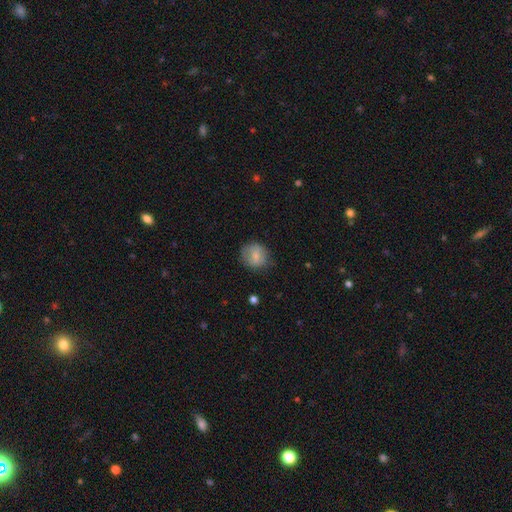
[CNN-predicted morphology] A smooth galaxy with no disk features (70%) that is round (78%). Merging: none (70%).